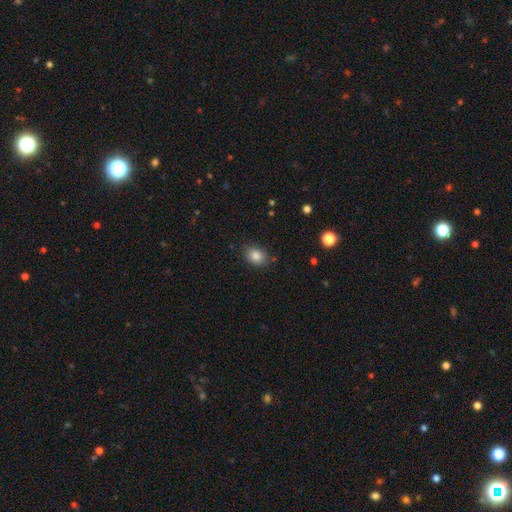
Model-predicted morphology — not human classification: smooth_or_featured: smooth (p=0.84) [alt: star or artifact p=0.10]
how_rounded: in between (p=0.63) [alt: round p=0.36]
merging: none (p=0.82) [alt: minor disturbance p=0.13]